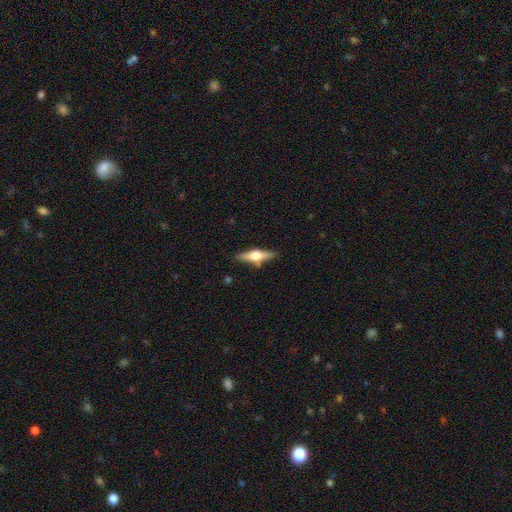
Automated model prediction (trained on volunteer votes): featured or disk 60%, smooth 34%, star or artifact 6%. Down the decision tree: edge-on disk — yes (95%); edge-on bulge — rounded (93%); merging — none (82%).